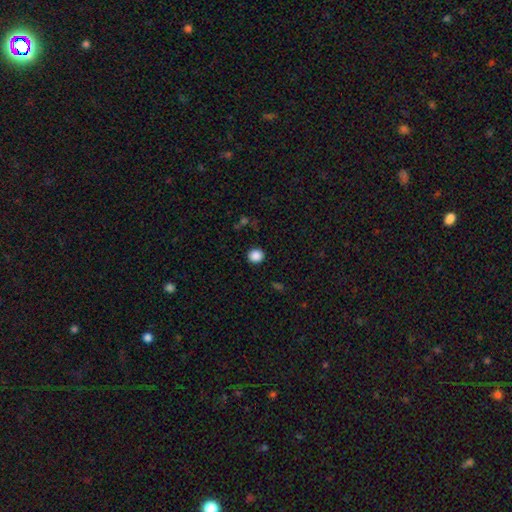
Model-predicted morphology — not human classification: Overall: smooth (88%). How rounded: round (90%). Merging: none (92%).